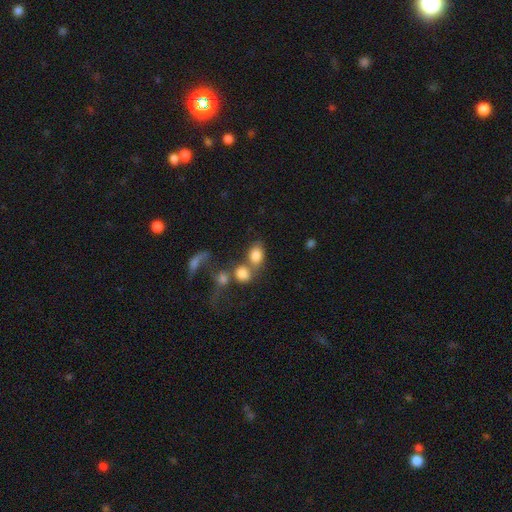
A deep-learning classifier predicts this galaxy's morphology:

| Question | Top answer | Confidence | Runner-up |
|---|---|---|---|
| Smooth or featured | smooth | 79% | featured or disk (11%) |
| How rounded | in between | 73% | round (25%) |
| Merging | merger | 44% | none (36%) |